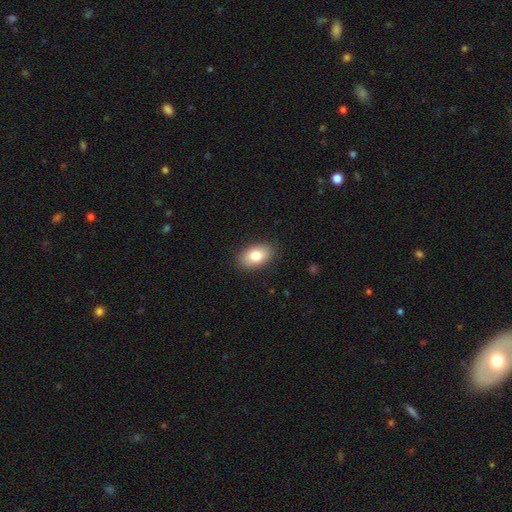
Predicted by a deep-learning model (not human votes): smooth 82%, featured or disk 11%, star or artifact 7%. Down the decision tree: how rounded — in between (91%); merging — none (87%).